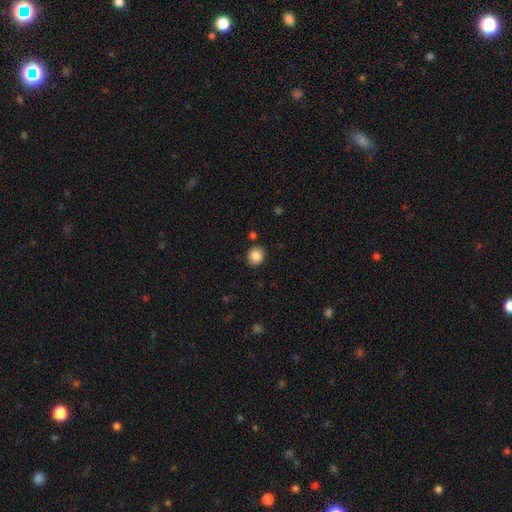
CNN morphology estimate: smooth 86%, star or artifact 9%, featured or disk 5%. Down the decision tree: how rounded — round (77%); merging — none (87%).